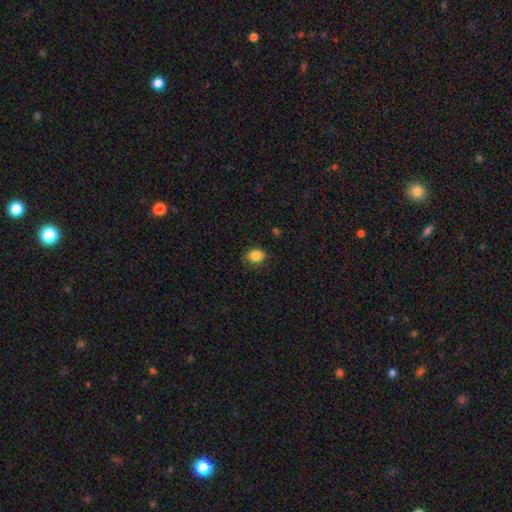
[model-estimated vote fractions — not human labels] Smooth or featured: smooth — 85% (star or artifact — 10%)
How rounded: round — 61% (in between — 38%)
Merging: none — 80% (minor disturbance — 15%)